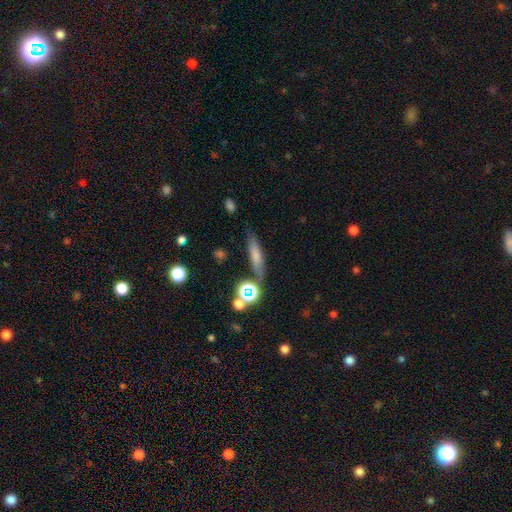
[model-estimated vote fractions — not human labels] This appears to be a smooth galaxy with no disk features (66%) that is cigar-shaped (67%). Merging: none (72%).